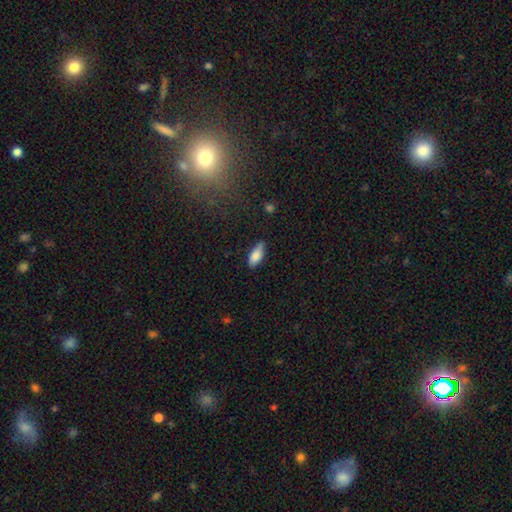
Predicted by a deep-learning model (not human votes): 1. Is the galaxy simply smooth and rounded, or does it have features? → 83% smooth, 11% featured or disk, 6% star or artifact.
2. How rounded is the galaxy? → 81% in between, 17% cigar-shaped, 2% round.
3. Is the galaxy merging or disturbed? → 74% none, 21% minor disturbance, 3% major disturbance, 2% merger.